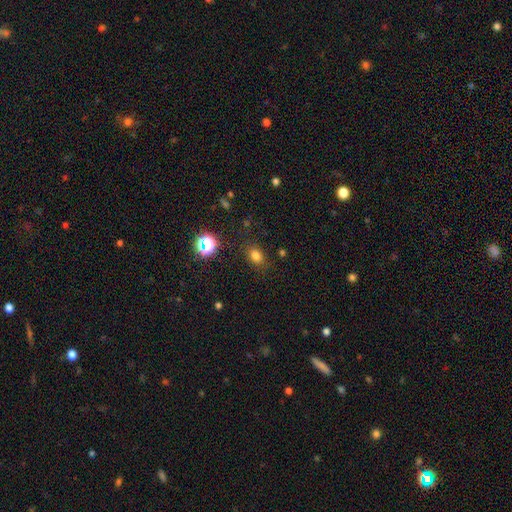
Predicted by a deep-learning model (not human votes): The model was most divided on "how rounded": in between: 62%, round: 37%, cigar-shaped: 1%. More confident: merging — none (82%); smooth or featured — smooth (76%).